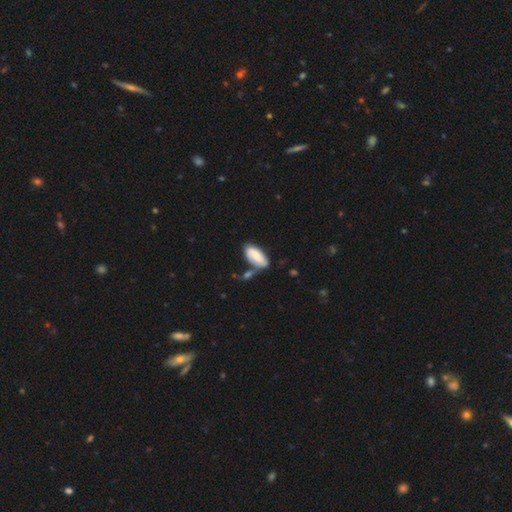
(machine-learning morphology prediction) Overall: smooth (62%; featured or disk 31%). How rounded: in between (90%). Merging: none (49%; minor disturbance 22%).